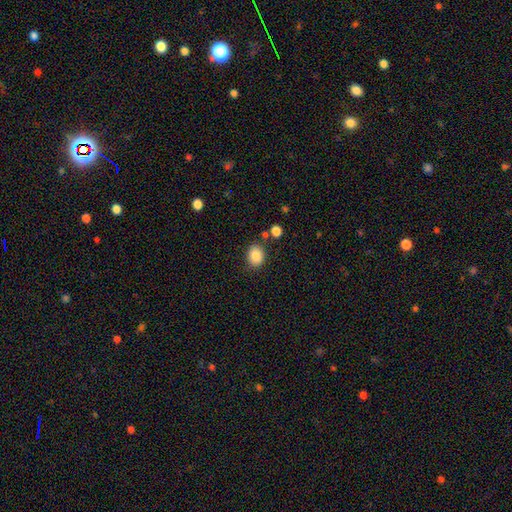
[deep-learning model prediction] Smooth or featured?
  - smooth: 85% *
  - star or artifact: 9%
  - featured or disk: 6%
How rounded?
  - in between: 52% *
  - round: 47%
  - cigar-shaped: 1%
Merging?
  - none: 80% *
  - minor disturbance: 12%
  - merger: 5%
  - major disturbance: 3%